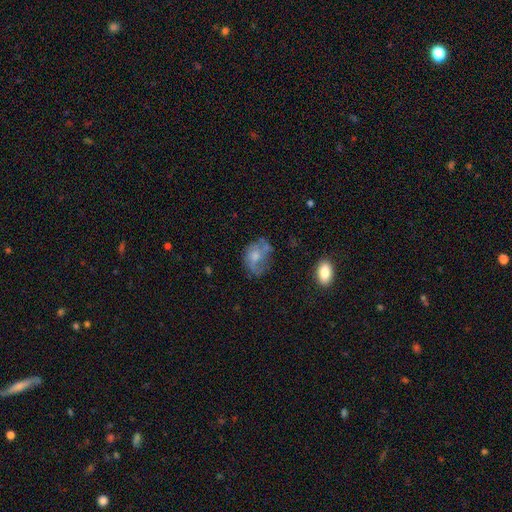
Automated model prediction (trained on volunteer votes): Morphology: type=featured or disk (47%); merging=none (43%).